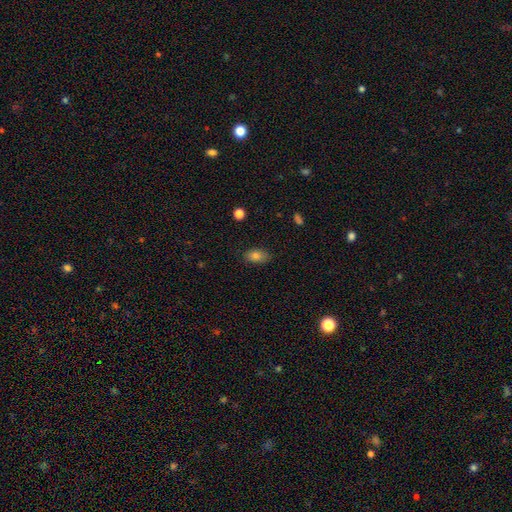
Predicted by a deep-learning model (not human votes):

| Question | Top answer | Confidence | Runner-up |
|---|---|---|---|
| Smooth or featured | smooth | 80% | featured or disk (10%) |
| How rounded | in between | 89% | round (8%) |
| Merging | none | 81% | minor disturbance (15%) |